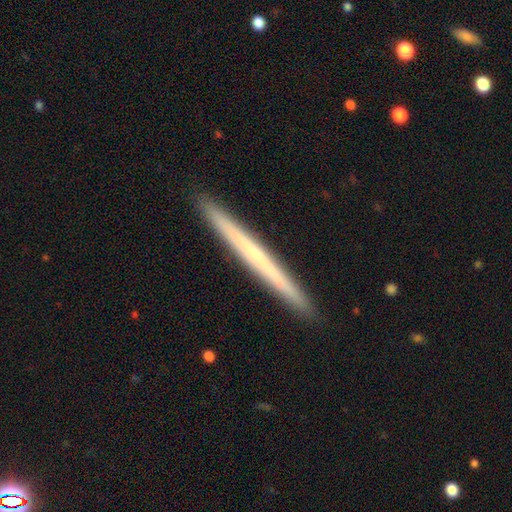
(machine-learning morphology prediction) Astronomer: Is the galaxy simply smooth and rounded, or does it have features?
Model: featured or disk — 57% (runner-up: smooth, 37%).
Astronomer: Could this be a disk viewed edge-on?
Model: yes — 98%.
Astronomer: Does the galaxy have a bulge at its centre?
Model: none — 79%.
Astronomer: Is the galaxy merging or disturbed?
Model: none — 93%.